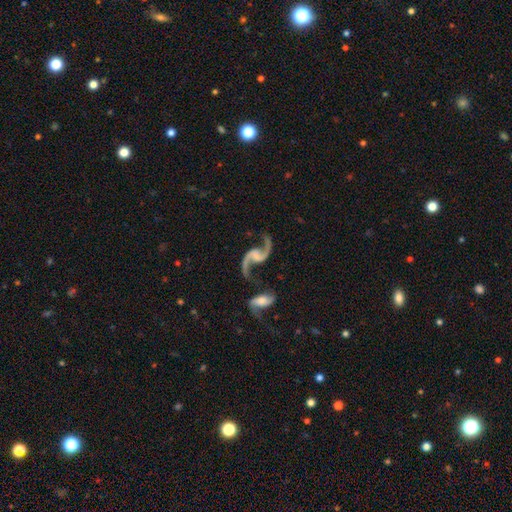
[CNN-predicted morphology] This appears to be a featured or disk galaxy (92%) with no bar (49%), 2 (94%) loose (82%) spiral arms (97%) and no central bulge (58%). Merging: none (63%).